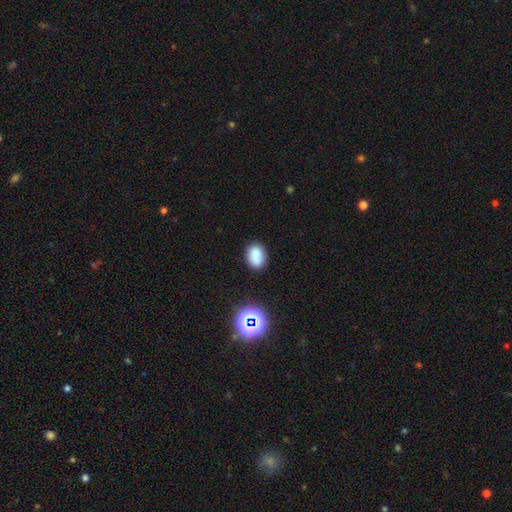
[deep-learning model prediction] smooth_or_featured: smooth (p=0.82) [alt: star or artifact p=0.13]
how_rounded: in between (p=0.78) [alt: round p=0.21]
merging: none (p=0.83) [alt: minor disturbance p=0.12]